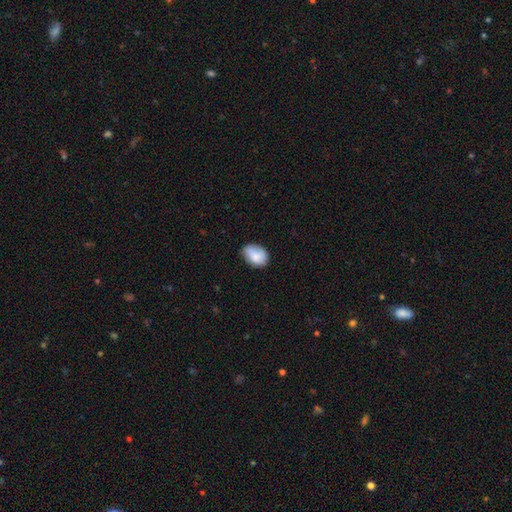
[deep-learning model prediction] smooth_or_featured: smooth (p=0.81) [alt: featured or disk p=0.12]
how_rounded: in between (p=0.79) [alt: round p=0.20]
merging: none (p=0.65) [alt: minor disturbance p=0.28]